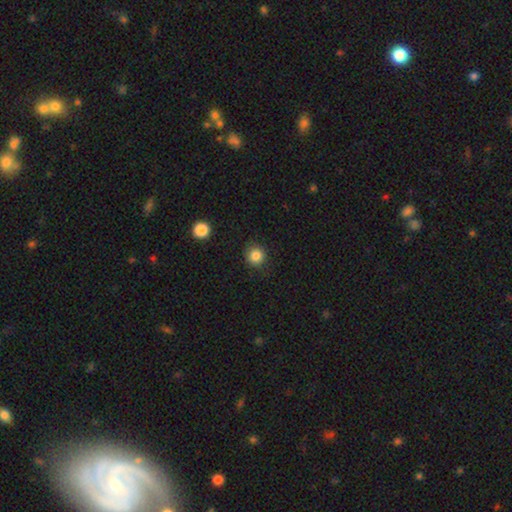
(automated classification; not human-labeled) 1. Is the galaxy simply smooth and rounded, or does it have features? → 85% smooth, 11% star or artifact, 4% featured or disk.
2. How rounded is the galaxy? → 92% round, 7% in between, 1% cigar-shaped.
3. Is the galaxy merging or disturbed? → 88% none, 8% minor disturbance, 3% major disturbance, 1% merger.